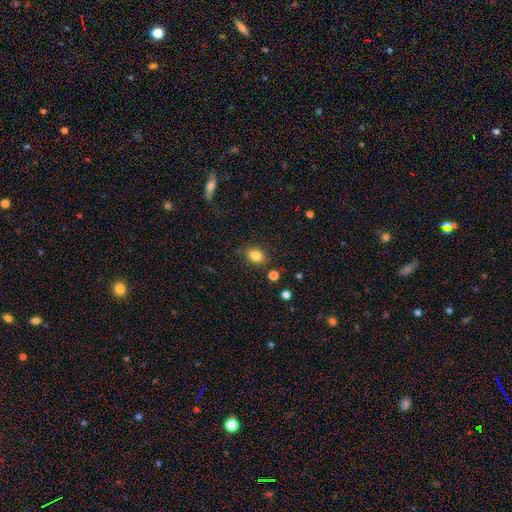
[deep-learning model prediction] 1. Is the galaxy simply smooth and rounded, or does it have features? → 82% smooth, 11% star or artifact, 7% featured or disk.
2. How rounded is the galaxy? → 56% in between, 43% round, 1% cigar-shaped.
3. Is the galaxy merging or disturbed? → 82% none, 11% minor disturbance, 3% merger, 3% major disturbance.